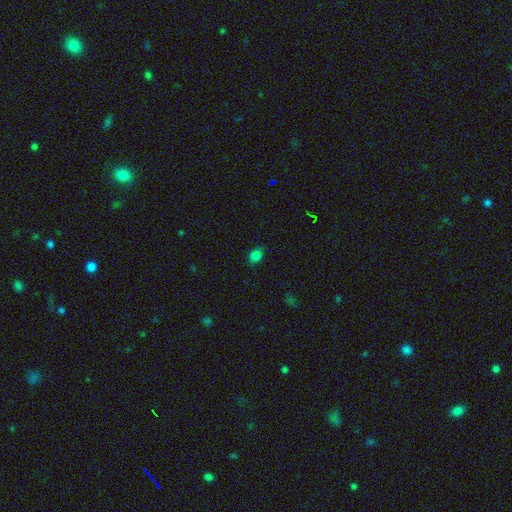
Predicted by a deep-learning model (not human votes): Smooth or featured? Predicted: smooth (p=0.80). How rounded? Predicted: in between (p=0.52). Merging? Predicted: none (p=0.84).